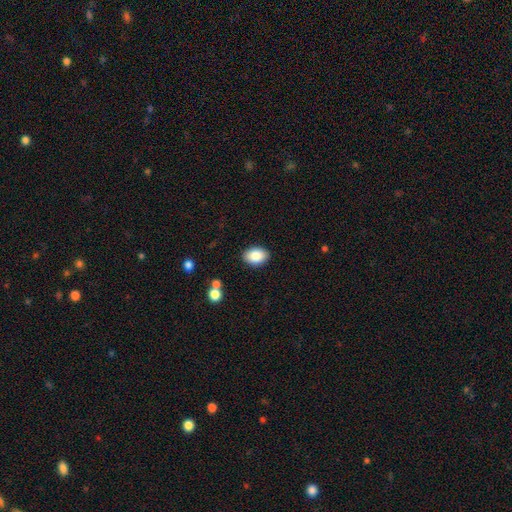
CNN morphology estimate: smooth 86%, star or artifact 8%, featured or disk 6%. Down the decision tree: how rounded — in between (82%); merging — none (88%).